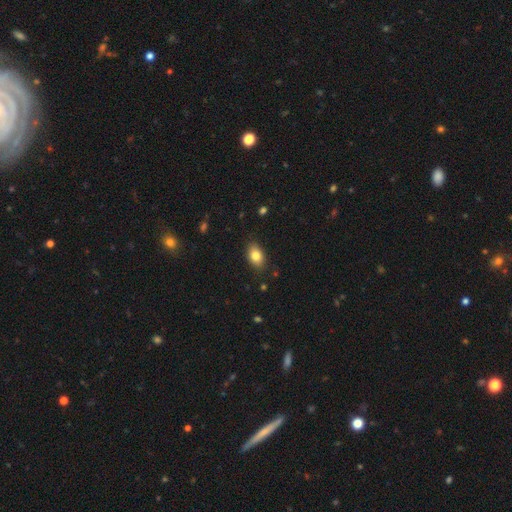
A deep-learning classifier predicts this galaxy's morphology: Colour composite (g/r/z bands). It shows a smooth galaxy with no disk features (83%) that is in between round and cigar-shaped (86%). Merging: none (85%).